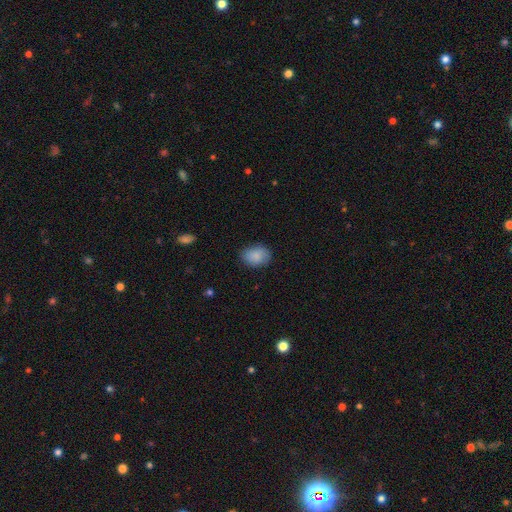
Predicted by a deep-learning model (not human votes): Smooth or featured? Predicted: smooth (p=0.87). How rounded? Predicted: in between (p=0.66). Merging? Predicted: none (p=0.82).